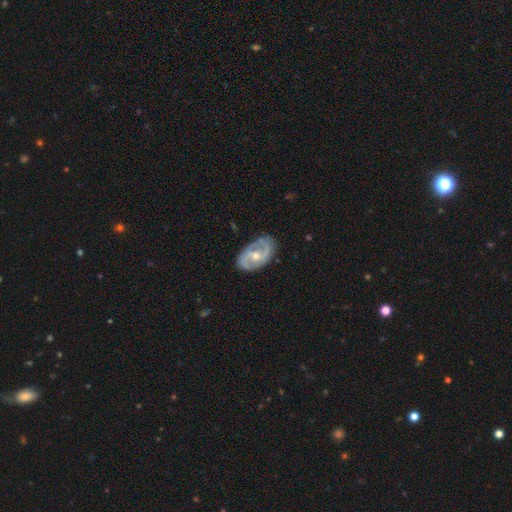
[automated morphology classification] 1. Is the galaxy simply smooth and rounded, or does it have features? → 80% featured or disk, 16% smooth, 5% star or artifact.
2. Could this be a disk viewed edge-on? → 96% no, 4% yes.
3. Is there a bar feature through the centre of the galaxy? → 48% no, 43% weak, 10% strong.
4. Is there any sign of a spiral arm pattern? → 90% yes, 10% no.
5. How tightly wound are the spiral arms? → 49% medium, 28% tight, 23% loose.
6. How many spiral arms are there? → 80% 2, 10% can't tell, 4% 3, 3% 1, 1% 4, 1% more than 4.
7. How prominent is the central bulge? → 57% moderate, 38% small, 2% large, 2% none, 1% dominant.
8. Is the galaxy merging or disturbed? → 77% none, 17% minor disturbance, 5% major disturbance, 1% merger.